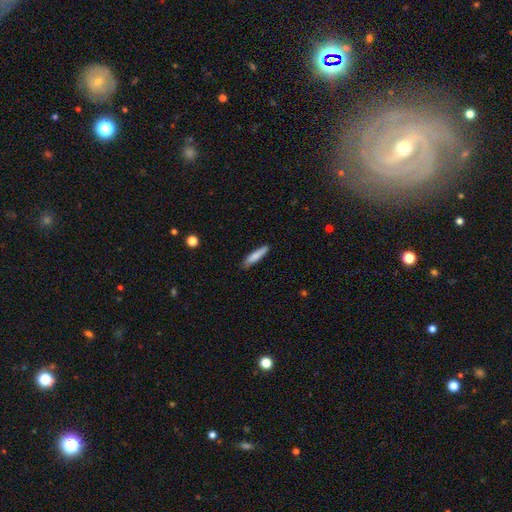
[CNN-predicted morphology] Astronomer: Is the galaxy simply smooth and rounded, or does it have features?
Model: smooth — 81%.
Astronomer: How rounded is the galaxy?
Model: cigar-shaped — 84%.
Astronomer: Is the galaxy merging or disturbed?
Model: none — 84%.